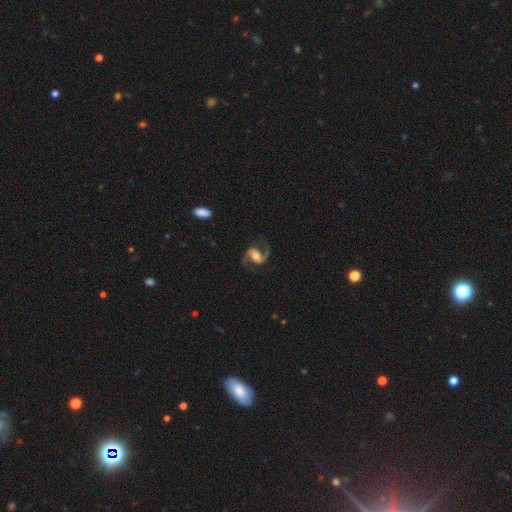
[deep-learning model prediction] featured or disk 90%, smooth 5%, star or artifact 5%. Down the decision tree: edge-on disk — no (98%); bar — weak (41%); spiral arms — yes (98%); spiral arm count — 2 (94%); spiral winding — medium (53%); bulge size — moderate (64%); merging — none (80%).